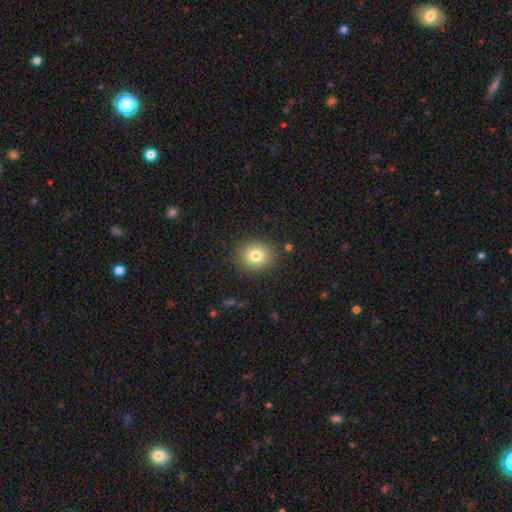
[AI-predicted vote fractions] A smooth galaxy with no disk features (79%) that is round (78%). Merging: none (88%).